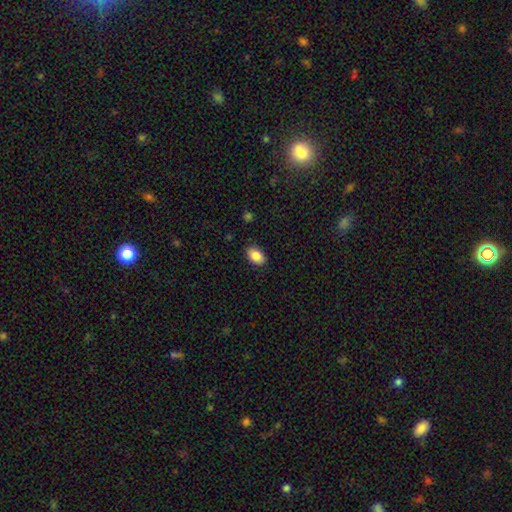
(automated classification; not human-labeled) Overall: smooth (87%). How rounded: in between (86%). Merging: none (86%).